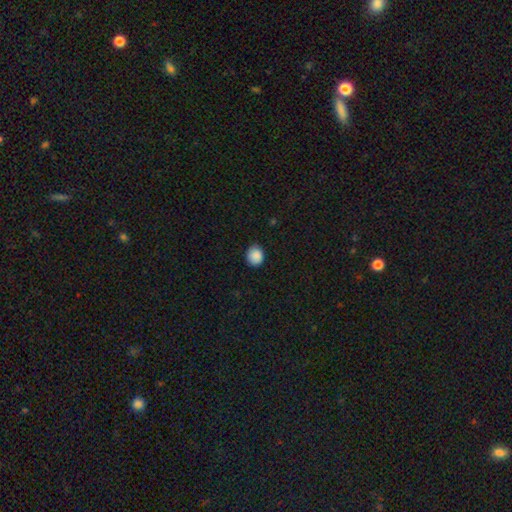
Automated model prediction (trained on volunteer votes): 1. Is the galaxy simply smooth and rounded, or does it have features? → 89% smooth, 8% star or artifact, 3% featured or disk.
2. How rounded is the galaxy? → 70% round, 29% in between, 1% cigar-shaped.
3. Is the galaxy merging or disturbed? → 82% none, 15% minor disturbance, 2% major disturbance, 1% merger.